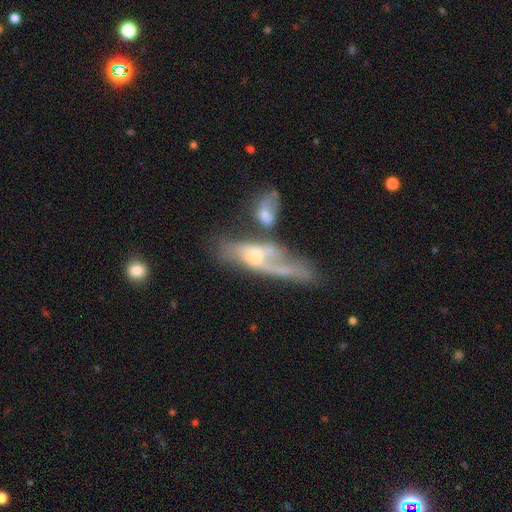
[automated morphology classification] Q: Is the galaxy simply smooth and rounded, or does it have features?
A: featured or disk — 66%.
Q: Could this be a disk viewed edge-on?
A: no — 66%.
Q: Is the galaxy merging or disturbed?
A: merger — 43%.